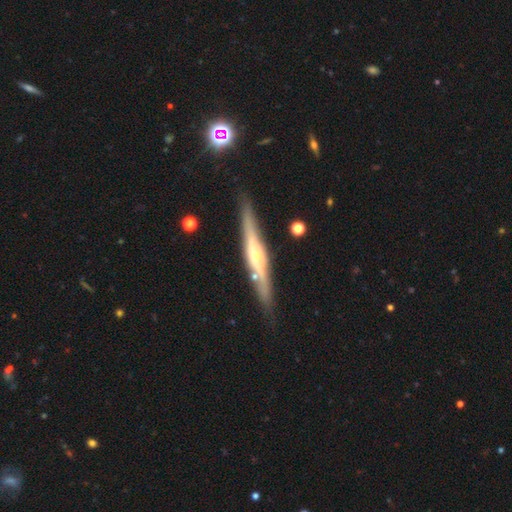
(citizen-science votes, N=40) Overall: featured or disk (72%). Edge-on disk: yes (90%). Edge-on bulge: rounded (77%). Merging: none (70%).